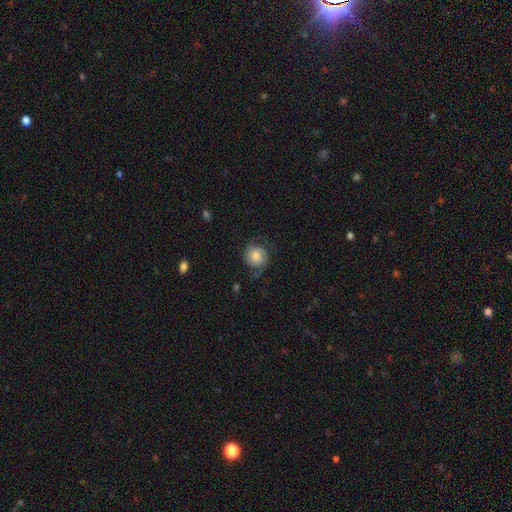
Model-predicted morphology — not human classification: Smooth or featured? smooth (47%)
Merging? none (66%)